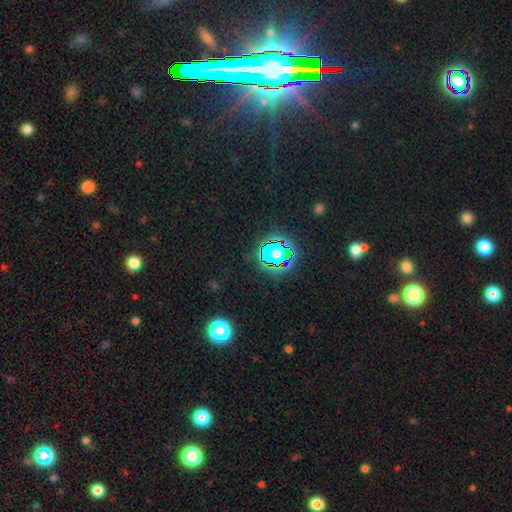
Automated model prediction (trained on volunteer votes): The model was most divided on "smooth or featured": star or artifact: 81%, smooth: 11%, featured or disk: 8%.